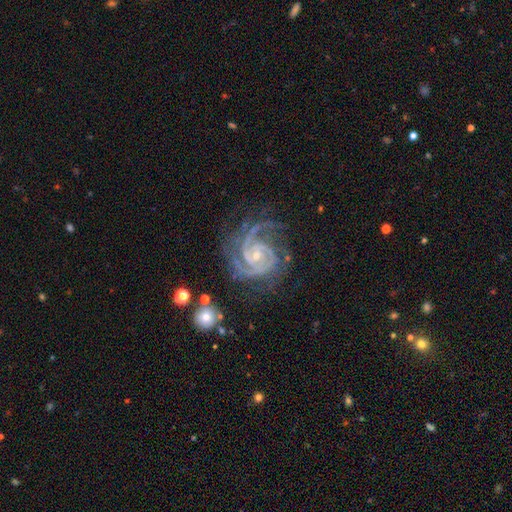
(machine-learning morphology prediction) Smooth or featured? Predicted: featured or disk (p=0.93). Edge-on disk? Predicted: no (p=0.98). Bar? Predicted: no (p=0.60). Spiral arms? Predicted: yes (p=0.99). Spiral winding? Predicted: tight (p=0.68). Spiral arm count? Predicted: 3 (p=0.43). Bulge size? Predicted: small (p=0.72). Merging? Predicted: none (p=0.63).